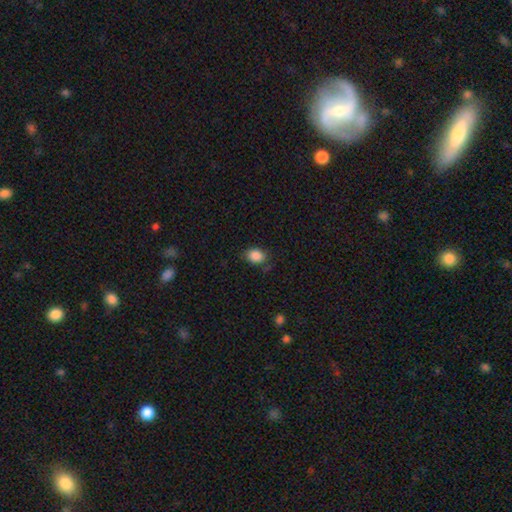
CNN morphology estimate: The model was most divided on "how rounded": in between: 63%, round: 36%, cigar-shaped: 1%. More confident: smooth or featured — smooth (87%); merging — none (78%).